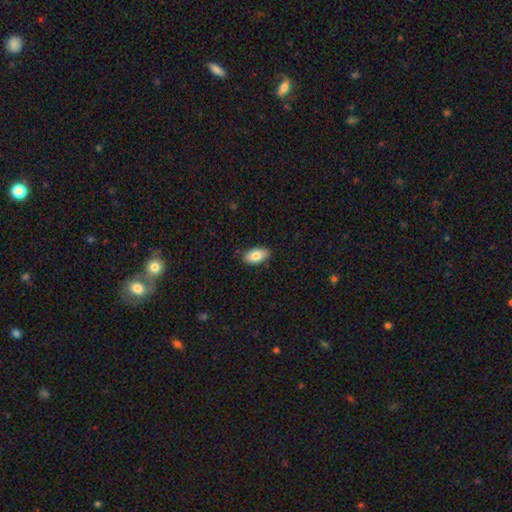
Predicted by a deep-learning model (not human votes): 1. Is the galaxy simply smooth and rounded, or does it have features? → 82% smooth, 11% featured or disk, 7% star or artifact.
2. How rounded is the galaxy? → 94% in between, 3% round, 3% cigar-shaped.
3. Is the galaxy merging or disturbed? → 86% none, 11% minor disturbance, 2% major disturbance, 1% merger.